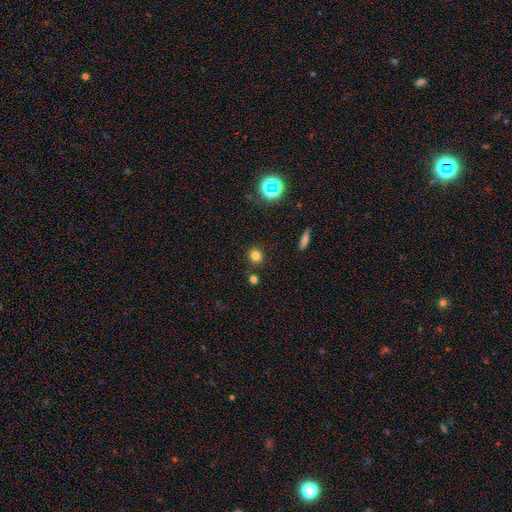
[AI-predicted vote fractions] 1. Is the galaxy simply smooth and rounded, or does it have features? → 77% smooth, 17% star or artifact, 6% featured or disk.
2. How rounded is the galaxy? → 87% round, 12% in between, 1% cigar-shaped.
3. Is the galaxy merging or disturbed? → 85% none, 7% minor disturbance, 5% merger, 2% major disturbance.